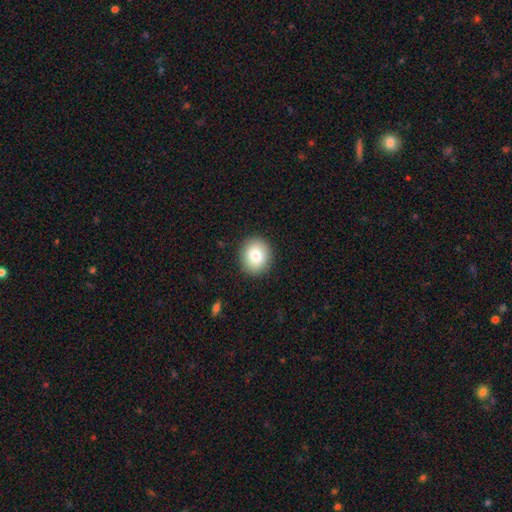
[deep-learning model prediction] Smooth or featured? Predicted: smooth (p=0.81). How rounded? Predicted: round (p=0.76). Merging? Predicted: none (p=0.90).